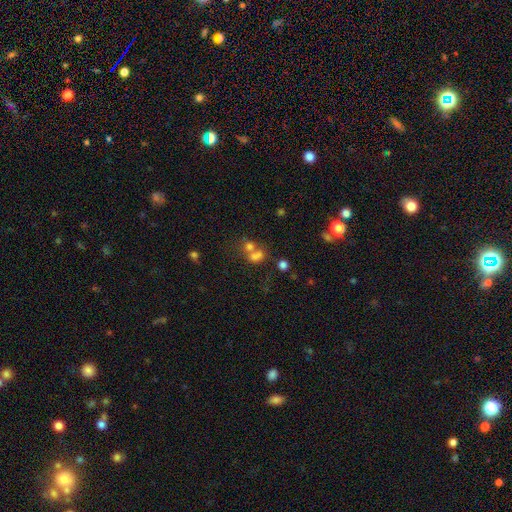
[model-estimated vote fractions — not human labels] Overall: smooth (66%). How rounded: in between (49%, tied with round). Merging: merger (55%; none 30%).